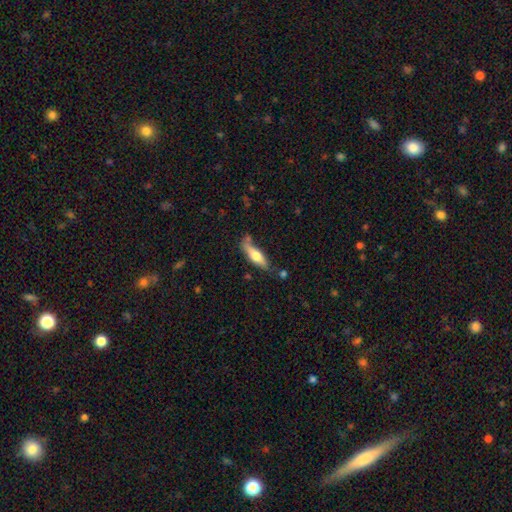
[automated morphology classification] The model was most divided on "smooth or featured": smooth: 55%, featured or disk: 40%, star or artifact: 6%. More confident: merging — none (67%); how rounded — cigar-shaped (61%).